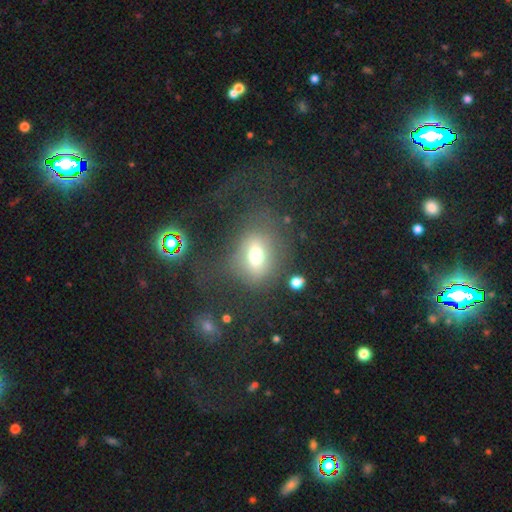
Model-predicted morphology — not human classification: This is likely a smooth galaxy (64%). How rounded: possibly in between (50%). Merging: possibly none (59%).